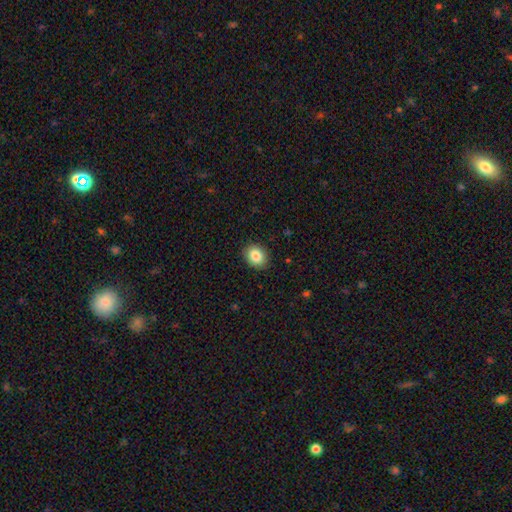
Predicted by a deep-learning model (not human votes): smooth 85%, star or artifact 9%, featured or disk 6%. Down the decision tree: how rounded — round (53%); merging — none (90%).